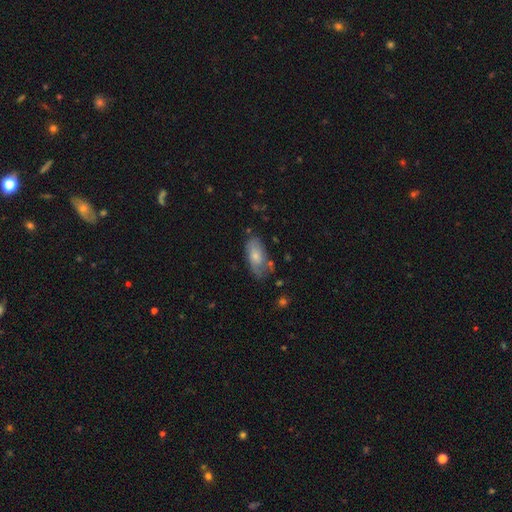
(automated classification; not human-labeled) smooth-or-featured: smooth: 66% | featured or disk: 28% | star or artifact: 7%
  how-rounded: in between: 88% | cigar-shaped: 9% | round: 3%
  merging: none: 57% | minor disturbance: 29% | major disturbance: 10% | merger: 5%